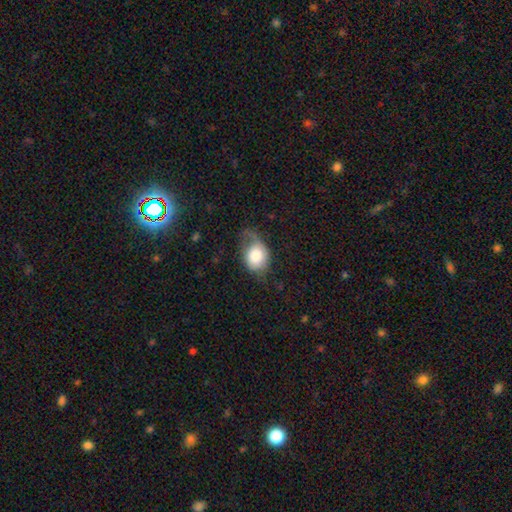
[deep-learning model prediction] The model was most divided on "merging": minor disturbance: 38%, none: 32%, major disturbance: 28%, merger: 3%. More confident: smooth or featured — smooth (76%); how rounded — in between (63%).